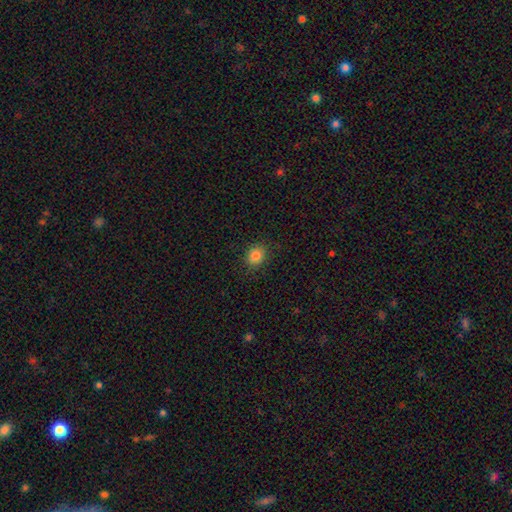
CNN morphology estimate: Q: Smooth or featured?
A: smooth (85%); runner-up: star or artifact (11%)
Q: How rounded?
A: round (63%); runner-up: in between (36%)
Q: Merging?
A: none (88%); runner-up: minor disturbance (9%)